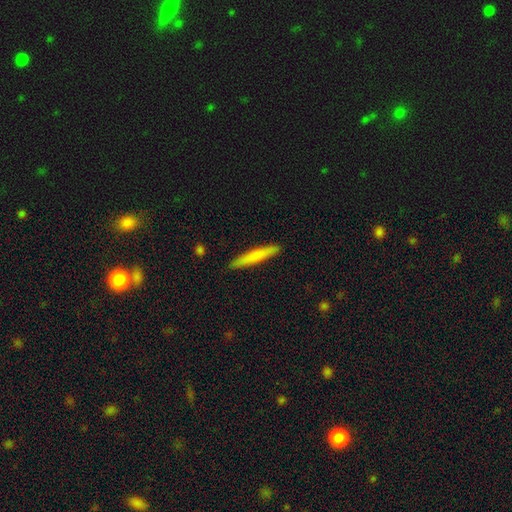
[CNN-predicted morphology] A smooth galaxy with no disk features (72%) that is cigar-shaped (94%). Merging: none (91%).